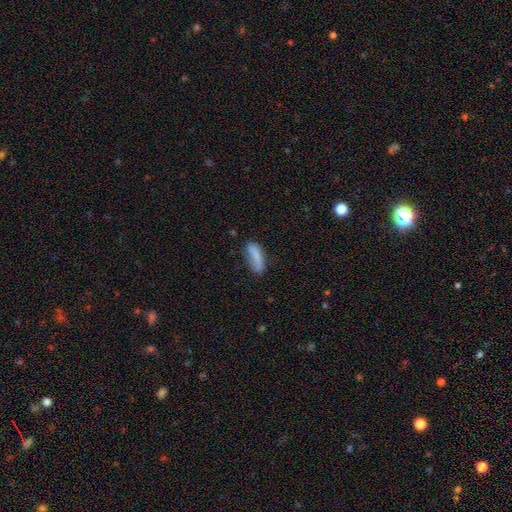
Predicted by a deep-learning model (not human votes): Q: Smooth or featured?
A: smooth (76%); runner-up: featured or disk (16%)
Q: How rounded?
A: in between (57%); runner-up: cigar-shaped (41%)
Q: Merging?
A: none (53%); runner-up: minor disturbance (29%)